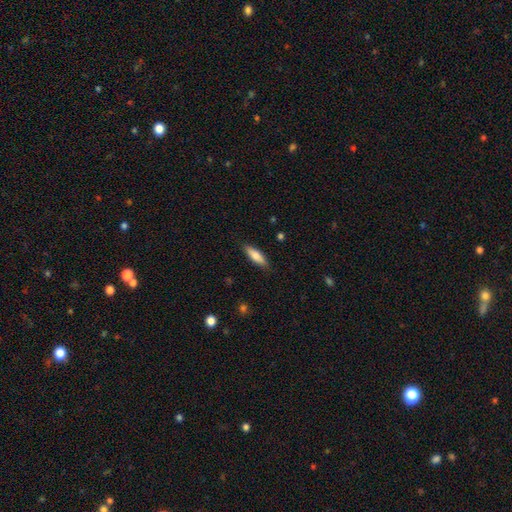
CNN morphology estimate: Smooth or featured? Predicted: smooth (p=0.78). How rounded? Predicted: cigar-shaped (p=0.54). Merging? Predicted: none (p=0.86).